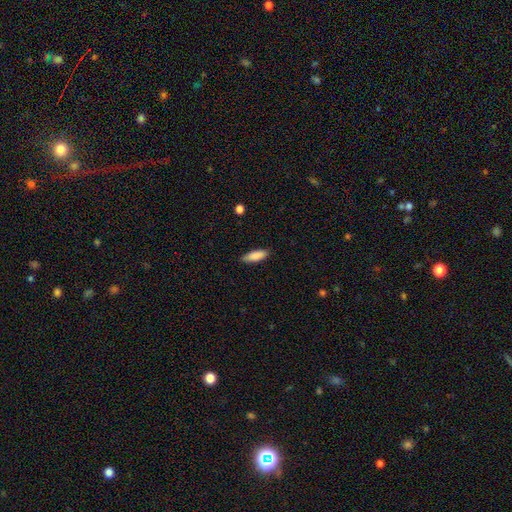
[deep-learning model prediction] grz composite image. It shows a smooth galaxy with no disk features (87%) that is in between round and cigar-shaped (55%). Merging: none (87%).